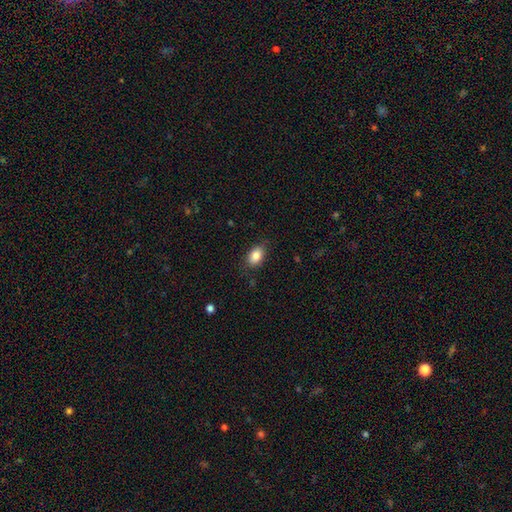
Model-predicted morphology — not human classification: Overall: smooth (85%). How rounded: in between (85%). Merging: none (82%).